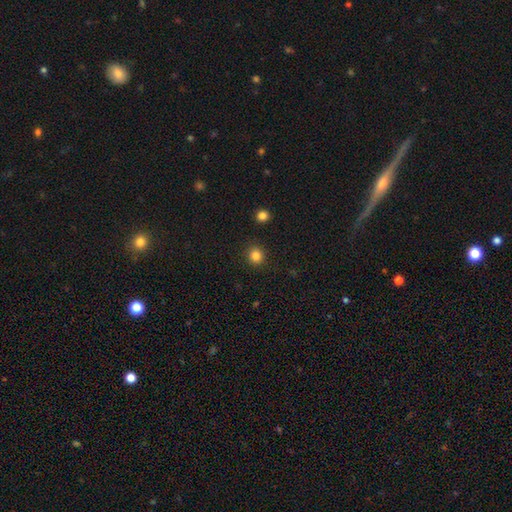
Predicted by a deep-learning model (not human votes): A smooth galaxy with no disk features (84%) that is round (90%). Merging: none (91%).